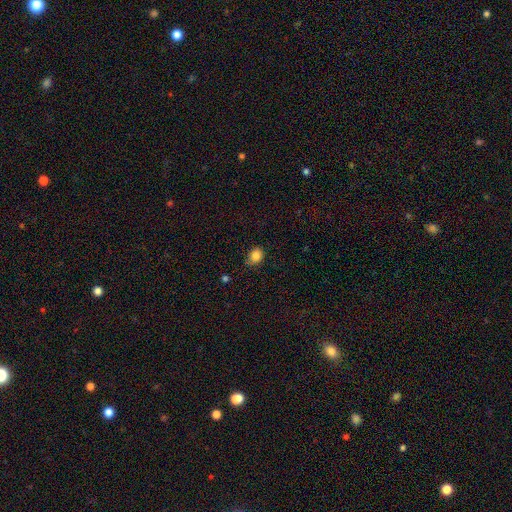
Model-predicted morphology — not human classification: A smooth galaxy with no disk features (84%) that is round (54%). Merging: none (70%).